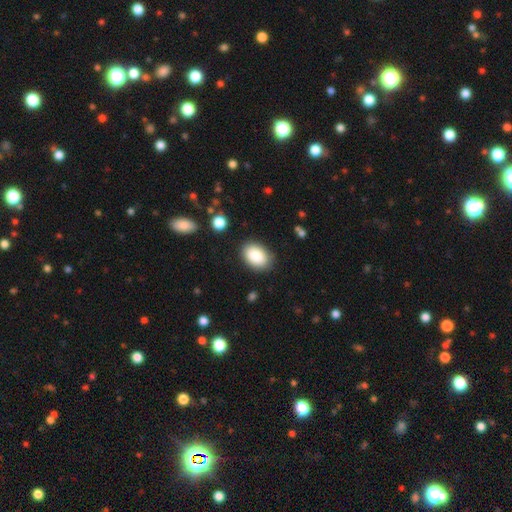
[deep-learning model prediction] A smooth galaxy with no disk features (88%) that is in between round and cigar-shaped (82%). Merging: none (85%).